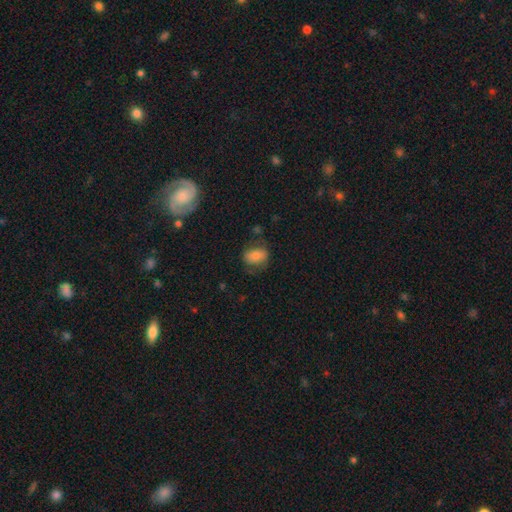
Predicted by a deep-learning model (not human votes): Smooth or featured?
  - smooth: 71% *
  - featured or disk: 21%
  - star or artifact: 8%
How rounded?
  - in between: 74% *
  - round: 24%
  - cigar-shaped: 2%
Merging?
  - none: 65% *
  - minor disturbance: 22%
  - major disturbance: 10%
  - merger: 2%